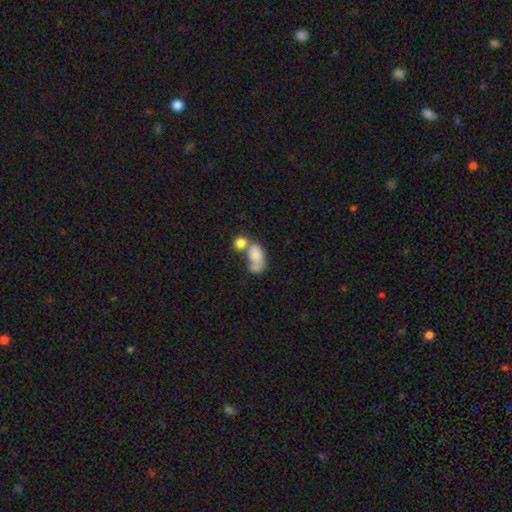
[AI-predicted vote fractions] Smooth or featured? smooth (75%)
How rounded? in between (84%)
Merging? merger (58%)